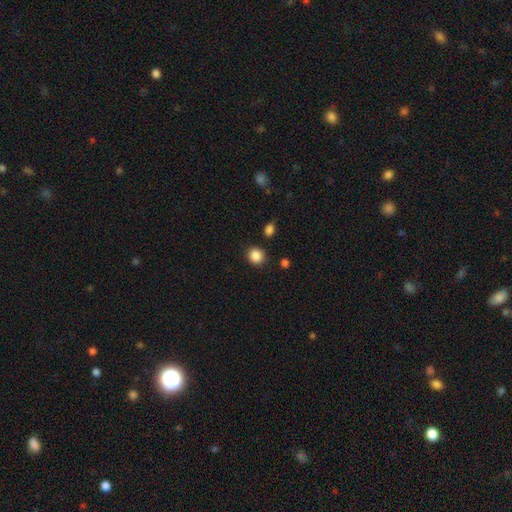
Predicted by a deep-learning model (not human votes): smooth-or-featured: smooth: 87% | star or artifact: 10% | featured or disk: 3%
  how-rounded: round: 85% | in between: 14% | cigar-shaped: 1%
  merging: none: 87% | minor disturbance: 8% | merger: 3% | major disturbance: 3%